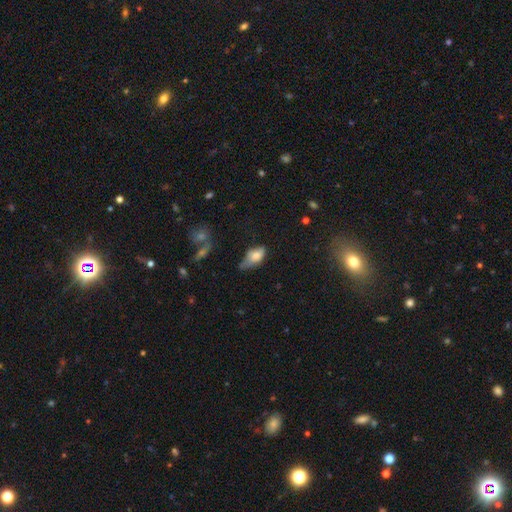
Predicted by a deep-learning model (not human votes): smooth 71%, featured or disk 21%, star or artifact 9%. Down the decision tree: how rounded — in between (88%); merging — minor disturbance (42%).